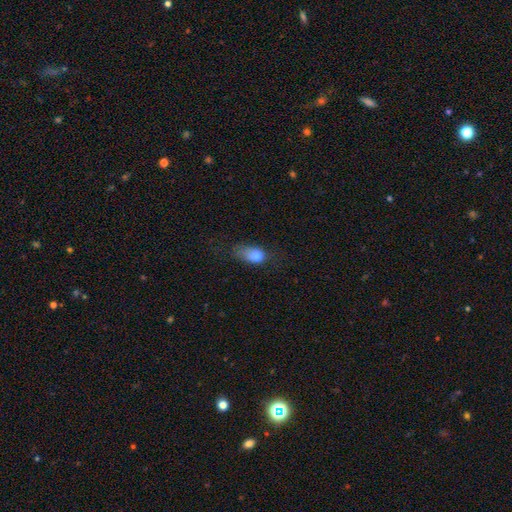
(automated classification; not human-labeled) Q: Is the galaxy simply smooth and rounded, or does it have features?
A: smooth — 79%.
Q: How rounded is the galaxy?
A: in between — 78%.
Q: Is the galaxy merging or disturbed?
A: minor disturbance — 36%.